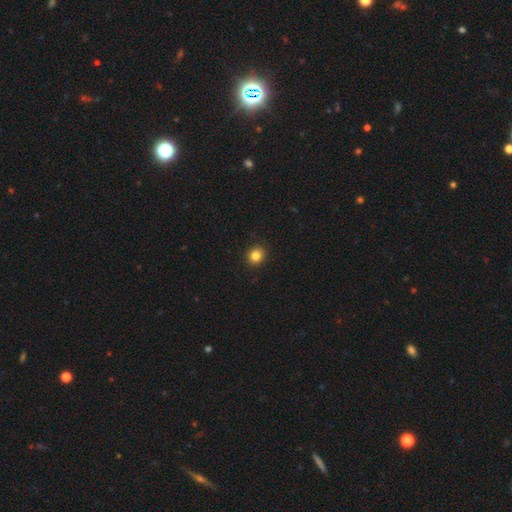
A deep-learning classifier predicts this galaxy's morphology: type=smooth (83%); roundness=round (82%); merging=none (92%).